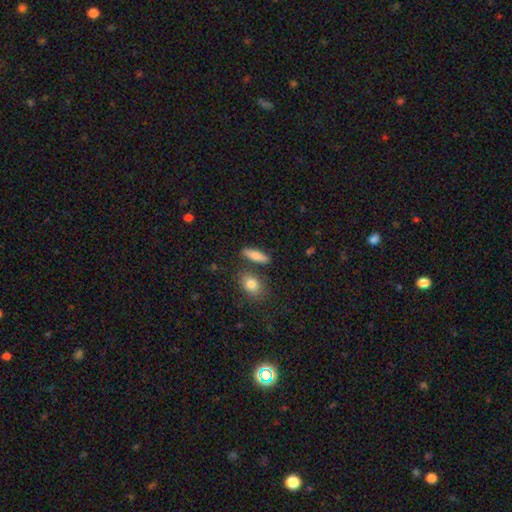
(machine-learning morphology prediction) Smooth or featured: smooth — 74% (featured or disk — 19%)
How rounded: in between — 48% (cigar-shaped — 47%)
Merging: none — 78% (minor disturbance — 10%)